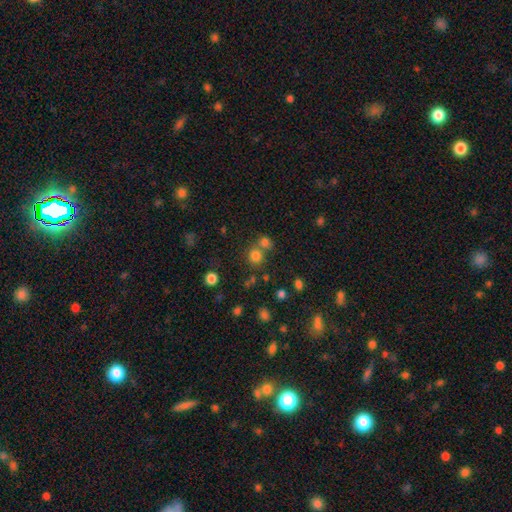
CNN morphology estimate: type=smooth (76%); roundness=round (88%); merging=none (60%).